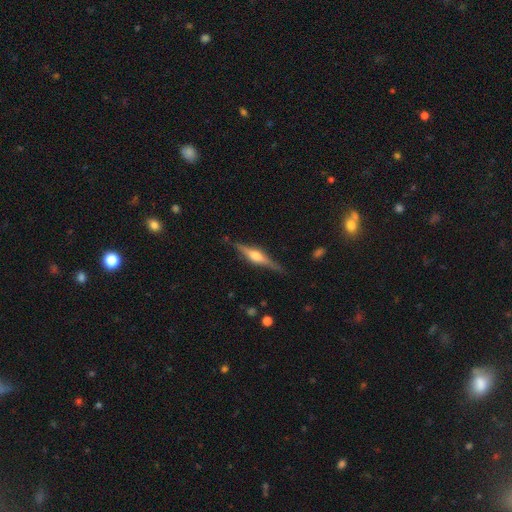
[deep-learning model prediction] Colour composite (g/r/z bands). It shows a featured or disk galaxy (74%) viewed edge-on (97%) with a rounded central bulge (89%). Merging: none (86%).